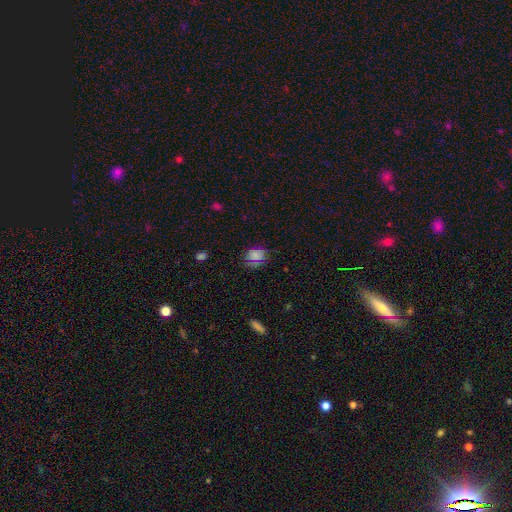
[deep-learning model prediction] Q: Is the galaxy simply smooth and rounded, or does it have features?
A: smooth — 66%.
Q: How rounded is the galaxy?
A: round — 52%.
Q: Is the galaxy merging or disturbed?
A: none — 72%.